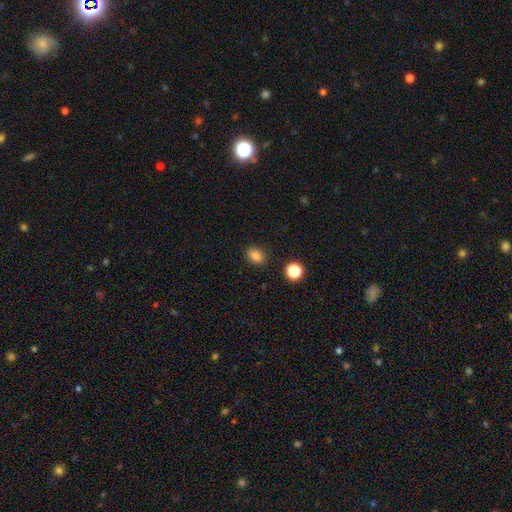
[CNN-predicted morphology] A smooth galaxy with no disk features (83%) that is in between round and cigar-shaped (56%). Merging: none (87%).